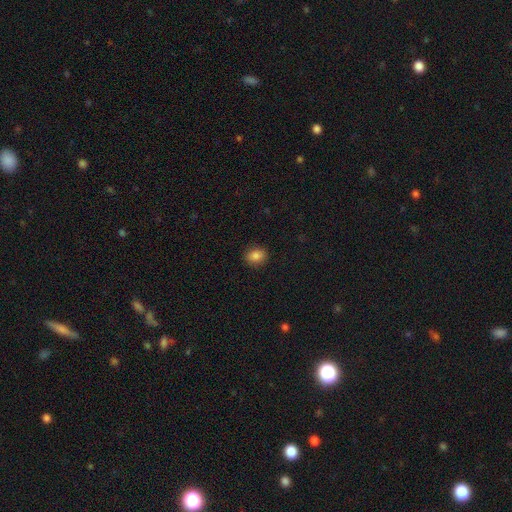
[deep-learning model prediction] Smooth or featured? smooth (84%)
How rounded? round (57%)
Merging? none (89%)